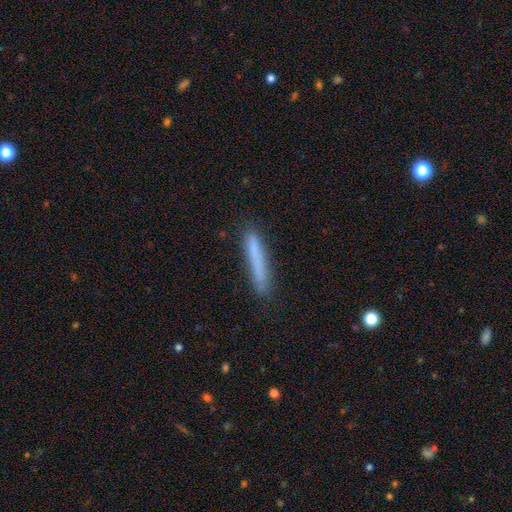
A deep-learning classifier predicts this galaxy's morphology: smooth-or-featured: smooth: 75% | featured or disk: 17% | star or artifact: 8%
  how-rounded: cigar-shaped: 95% | in between: 4% | round: 1%
  merging: none: 84% | minor disturbance: 12% | major disturbance: 2% | merger: 2%